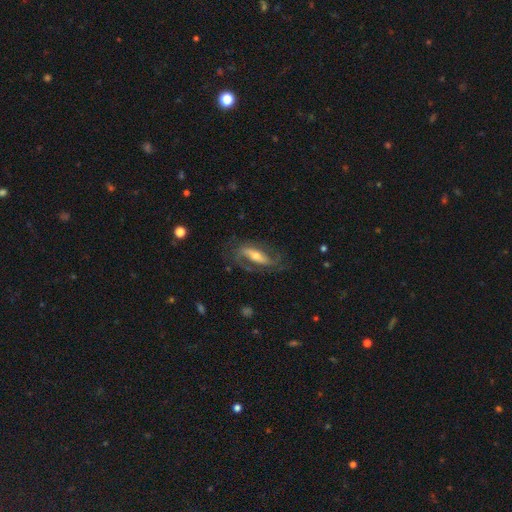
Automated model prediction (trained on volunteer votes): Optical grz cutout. It shows a featured or disk galaxy (75%) with a strong bar (46%), 2 (79%) medium (45%) spiral arms (89%) and a moderate central bulge (54%). Merging: none (65%).